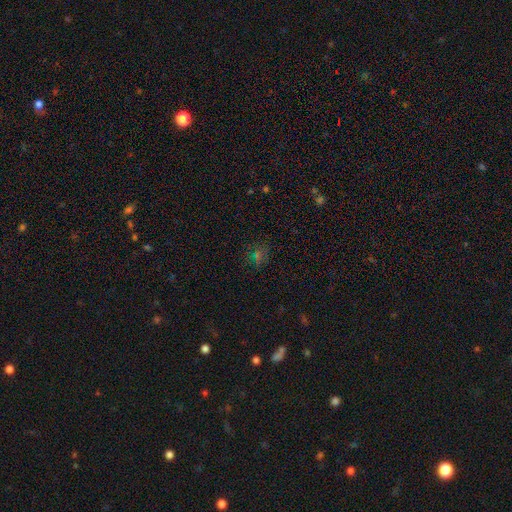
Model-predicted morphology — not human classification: Smooth or featured? star or artifact (45%)